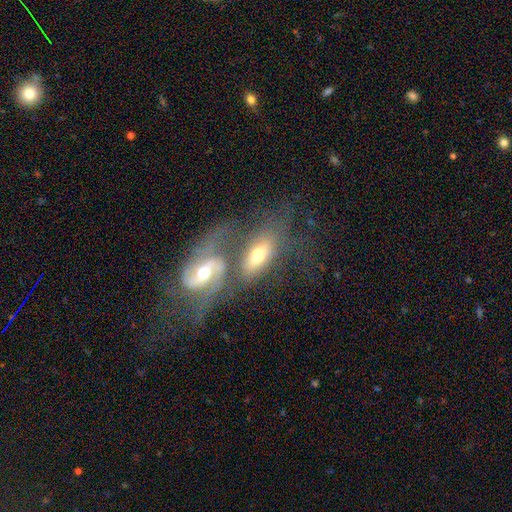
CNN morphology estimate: This appears to be a featured or disk galaxy (52%). Merging: merger (75%).